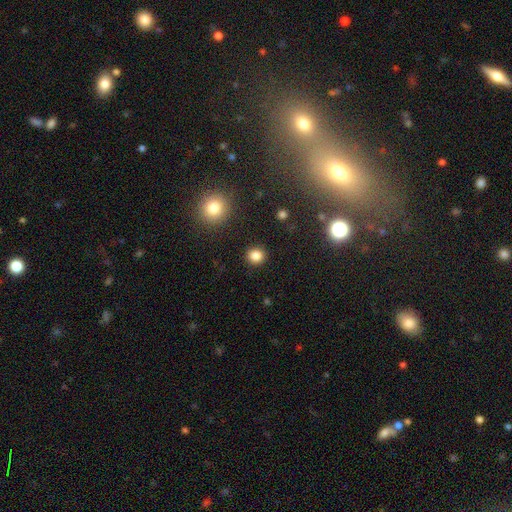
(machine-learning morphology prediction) This appears to be a smooth galaxy with no disk features (83%) that is round (85%). Merging: none (91%).